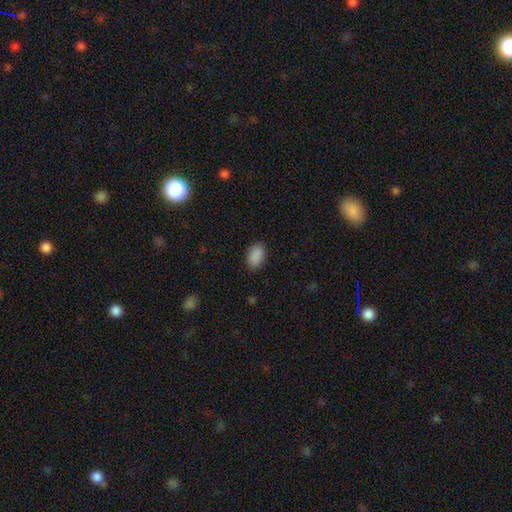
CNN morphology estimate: Smooth or featured: smooth — 89% (star or artifact — 8%)
How rounded: in between — 90% (round — 9%)
Merging: none — 88% (minor disturbance — 9%)